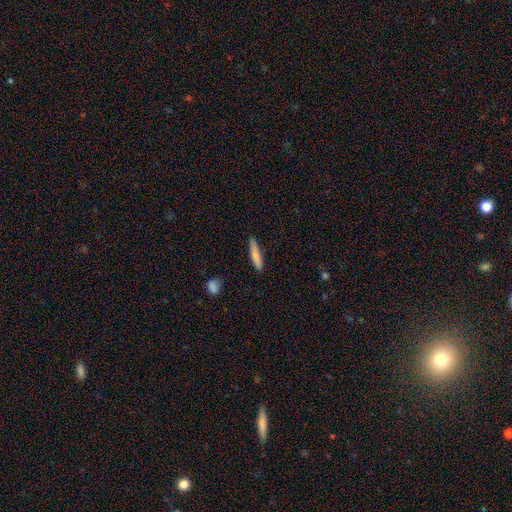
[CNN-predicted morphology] smooth_or_featured: smooth (p=0.77) [alt: featured or disk p=0.17]
how_rounded: cigar-shaped (p=0.86) [alt: in between p=0.12]
merging: none (p=0.83) [alt: minor disturbance p=0.13]